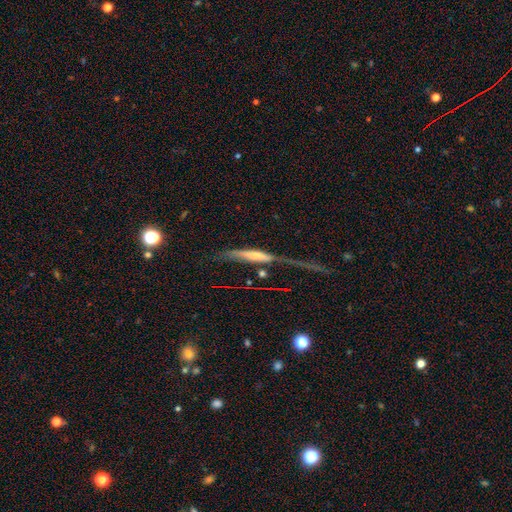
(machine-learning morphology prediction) Overall: featured or disk (50%; smooth 41%). Merging: none (33%; major disturbance 30%).